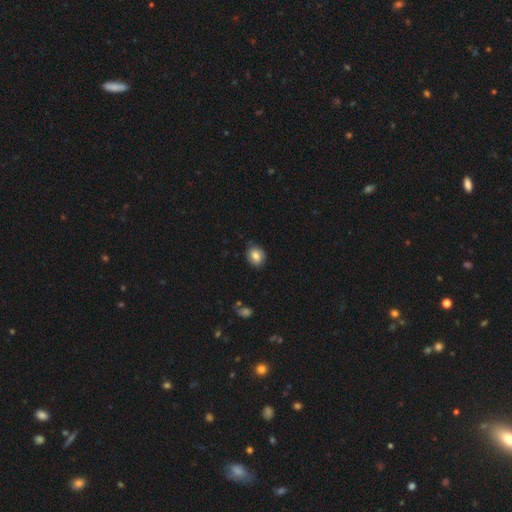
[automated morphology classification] Smooth or featured? smooth (80%)
How rounded? round (57%)
Merging? none (82%)